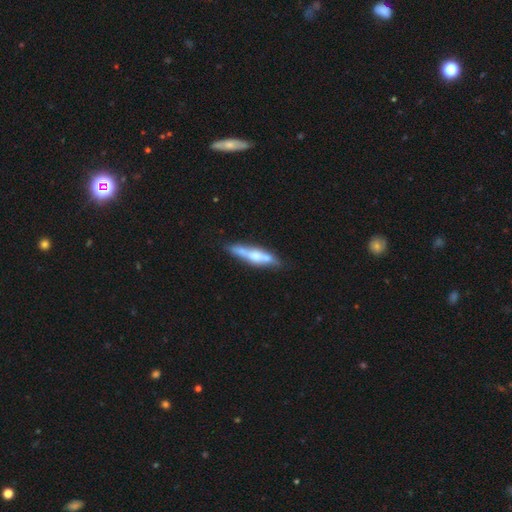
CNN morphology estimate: Smooth or featured: featured or disk — 47% (tied with smooth — 47%)
Merging: none — 68% (minor disturbance — 20%)